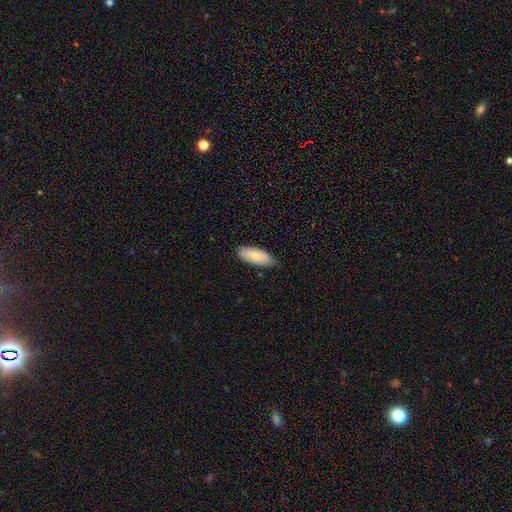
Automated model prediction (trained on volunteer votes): This appears to be a smooth galaxy with no disk features (76%) that is in between round and cigar-shaped (84%). Merging: none (81%).